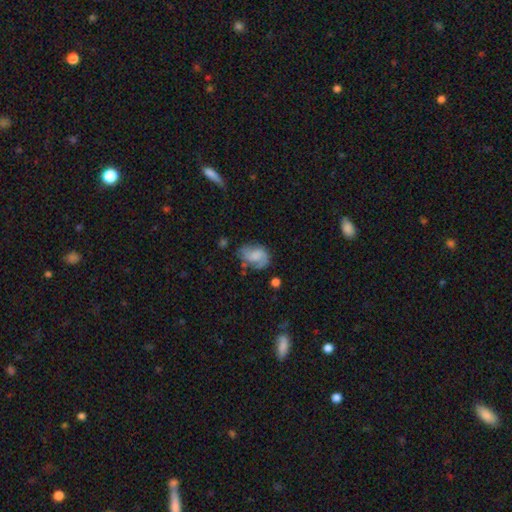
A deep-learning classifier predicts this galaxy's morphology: Smooth or featured?
  - featured or disk: 47% *
  - smooth: 44%
  - star or artifact: 9%
Merging?
  - none: 52% *
  - minor disturbance: 27%
  - major disturbance: 16%
  - merger: 5%